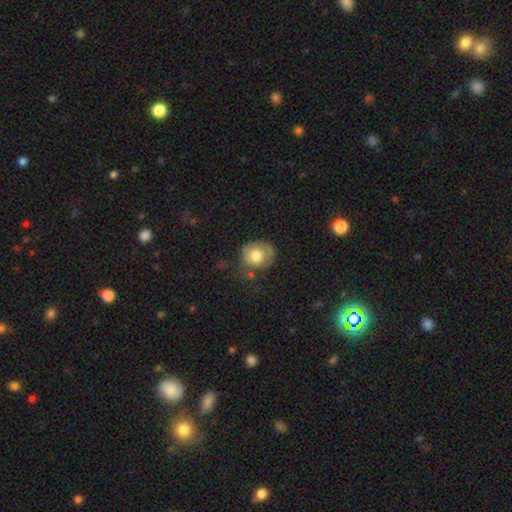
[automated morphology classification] Smooth or featured?
  - smooth: 69% *
  - featured or disk: 23%
  - star or artifact: 8%
How rounded?
  - round: 70% *
  - in between: 29%
  - cigar-shaped: 1%
Merging?
  - none: 48% *
  - minor disturbance: 29%
  - major disturbance: 18%
  - merger: 5%